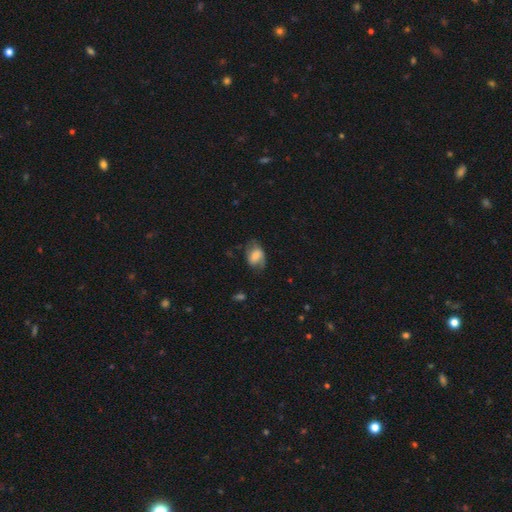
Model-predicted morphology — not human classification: Overall: smooth (59%; featured or disk 34%). How rounded: in between (82%). Merging: none (54%; minor disturbance 29%).